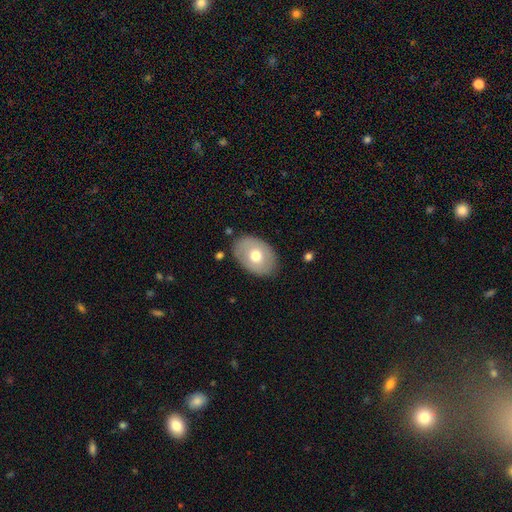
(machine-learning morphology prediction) A smooth galaxy with no disk features (62%) that is in between round and cigar-shaped (82%).

Vote fractions:
- Smooth or featured? smooth: 62% / featured or disk: 32% / star or artifact: 6%
- How rounded? in between: 82% / round: 17% / cigar-shaped: 1%
- Merging? none: 83% / minor disturbance: 12% / major disturbance: 3% / merger: 2%